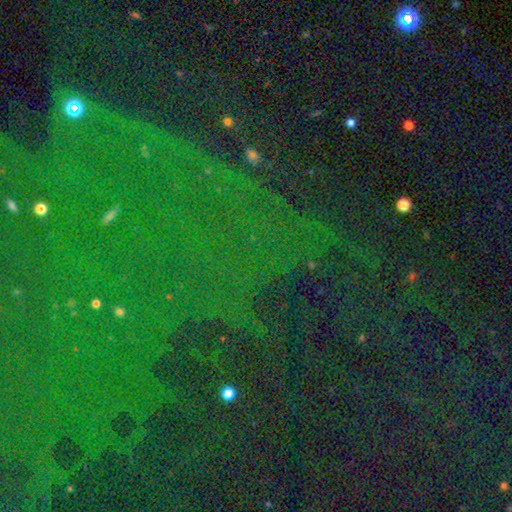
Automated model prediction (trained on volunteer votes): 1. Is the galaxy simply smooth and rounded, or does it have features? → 84% star or artifact, 9% smooth, 7% featured or disk.